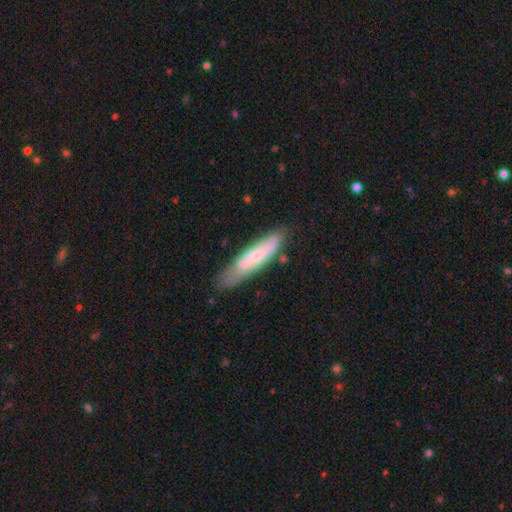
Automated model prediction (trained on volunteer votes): smooth-or-featured: smooth: 57% | featured or disk: 37% | star or artifact: 7%
  how-rounded: cigar-shaped: 78% | in between: 21% | round: 1%
  merging: none: 66% | minor disturbance: 23% | major disturbance: 6% | merger: 5%